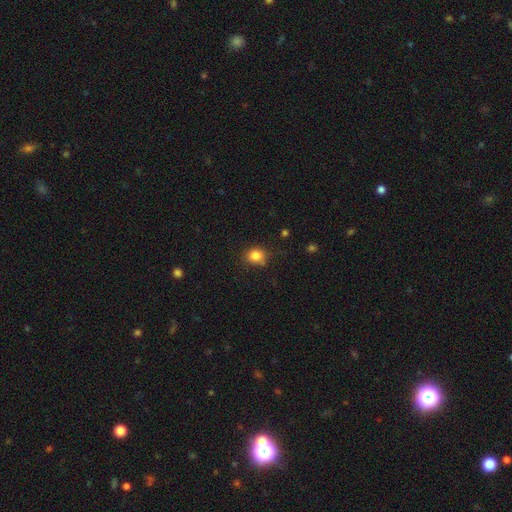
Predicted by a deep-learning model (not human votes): smooth_or_featured: smooth (p=0.84) [alt: star or artifact p=0.11]
how_rounded: round (p=0.70) [alt: in between p=0.29]
merging: none (p=0.74) [alt: minor disturbance p=0.19]